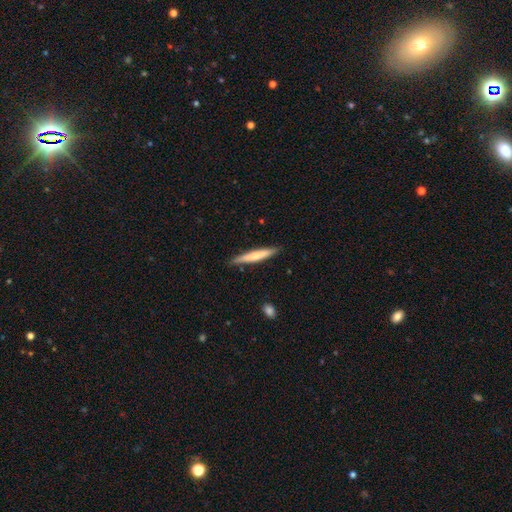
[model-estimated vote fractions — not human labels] Smooth or featured? Predicted: smooth (p=0.64). How rounded? Predicted: cigar-shaped (p=0.94). Merging? Predicted: none (p=0.86).